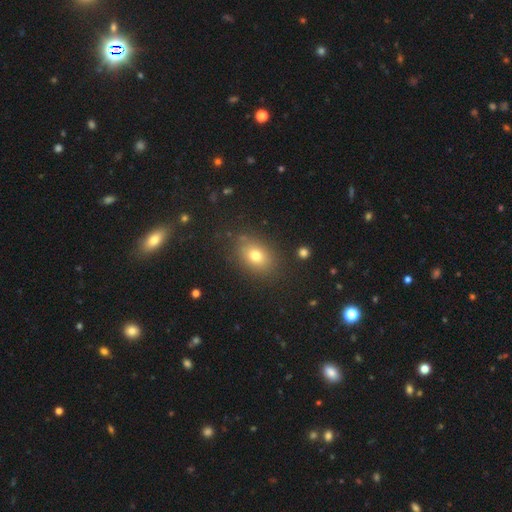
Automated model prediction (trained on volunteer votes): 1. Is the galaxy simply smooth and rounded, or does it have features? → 75% smooth, 13% star or artifact, 12% featured or disk.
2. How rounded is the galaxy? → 70% in between, 28% round, 1% cigar-shaped.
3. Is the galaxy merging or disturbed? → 83% none, 12% minor disturbance, 4% major disturbance, 2% merger.